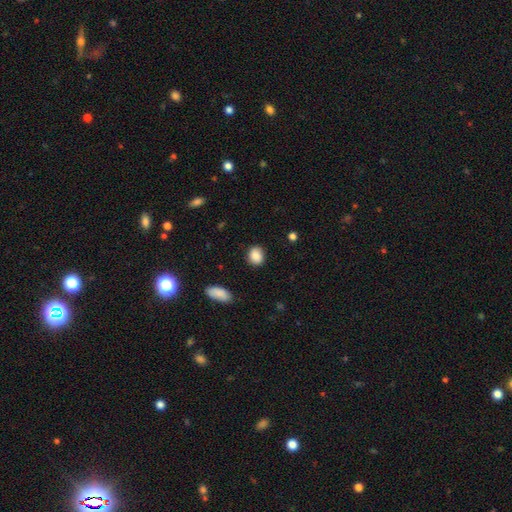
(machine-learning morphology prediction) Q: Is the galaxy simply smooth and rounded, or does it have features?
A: smooth — 88%.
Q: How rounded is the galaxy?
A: round — 50%.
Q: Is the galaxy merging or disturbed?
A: none — 86%.